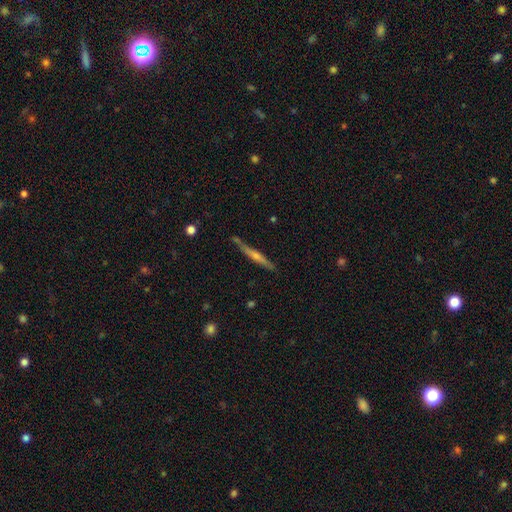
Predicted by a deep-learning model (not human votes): This is likely a featured or disk galaxy (72%). It is clearly viewed edge-on (97%). Edge-on bulge: likely rounded (72%). Merging: clearly none (87%).